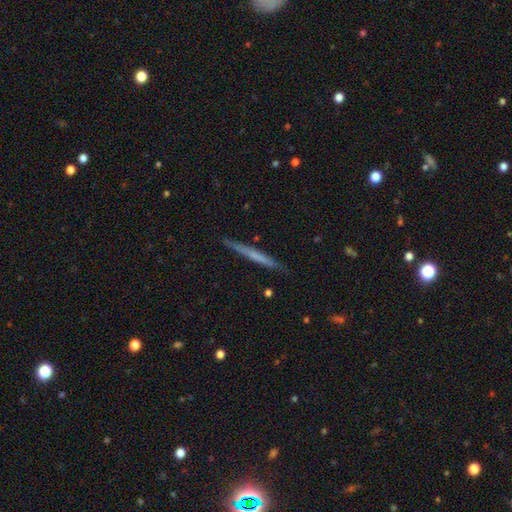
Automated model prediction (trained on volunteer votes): The model was most divided on "smooth or featured": smooth: 48%, featured or disk: 46%, star or artifact: 6%. More confident: merging — none (88%).